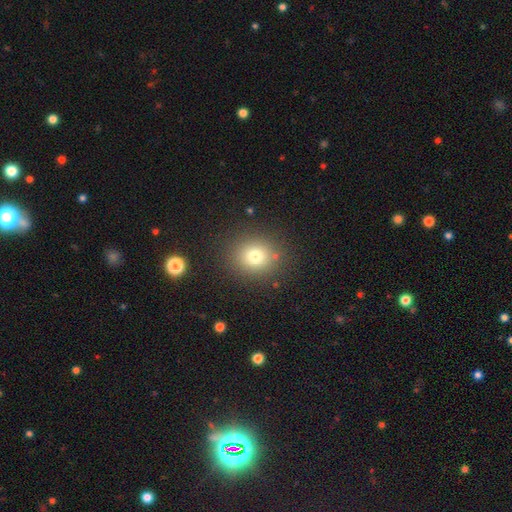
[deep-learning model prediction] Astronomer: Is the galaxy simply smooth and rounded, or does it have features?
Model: smooth — 71%.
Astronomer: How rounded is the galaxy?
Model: round — 81%.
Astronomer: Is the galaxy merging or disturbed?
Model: none — 90%.